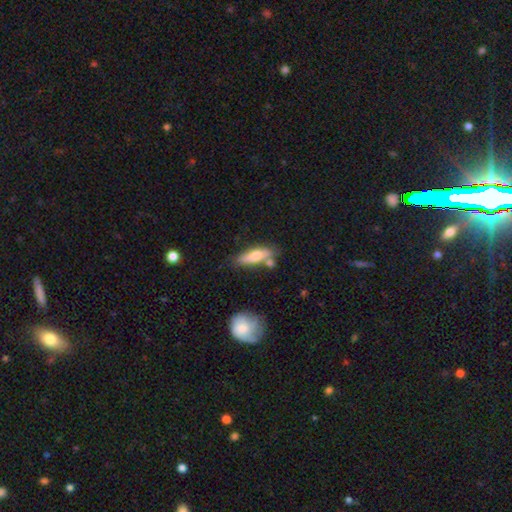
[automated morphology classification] This appears to be a smooth galaxy with no disk features (66%) that is cigar-shaped (57%). Merging: none (62%).